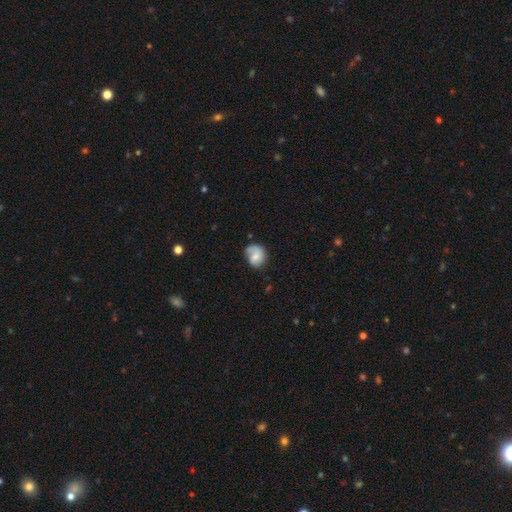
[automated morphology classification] A smooth galaxy with no disk features (51%) that is round (60%).

Vote fractions:
- Smooth or featured? smooth: 51% / featured or disk: 41% / star or artifact: 8%
- How rounded? round: 60% / in between: 39% / cigar-shaped: 1%
- Merging? none: 53% / minor disturbance: 28% / major disturbance: 15% / merger: 3%